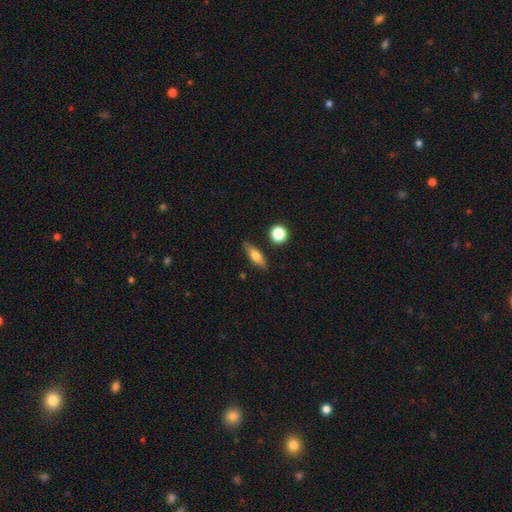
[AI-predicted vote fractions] Morphology: type=smooth (63%); roundness=in between (54%); merging=none (83%).